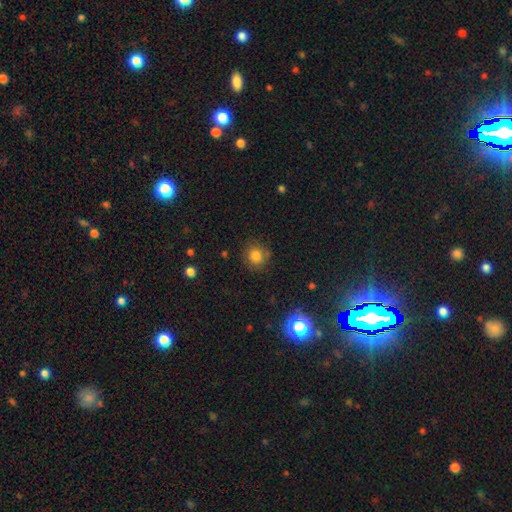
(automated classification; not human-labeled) Smooth or featured: smooth — 80% (star or artifact — 14%)
How rounded: round — 88% (in between — 11%)
Merging: none — 81% (minor disturbance — 12%)